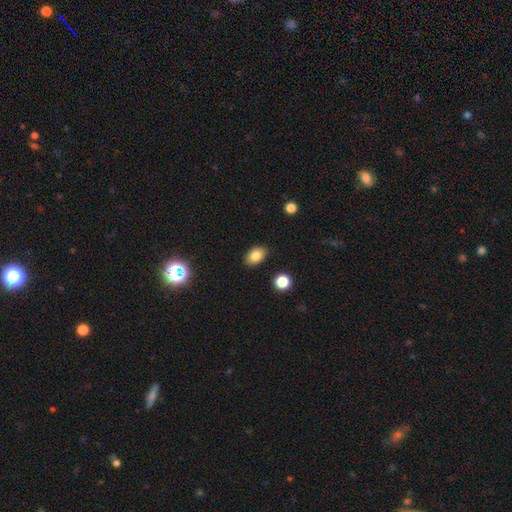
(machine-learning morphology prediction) A smooth galaxy with no disk features (82%) that is in between round and cigar-shaped (86%).

Vote fractions:
- Smooth or featured? smooth: 82% / star or artifact: 10% / featured or disk: 8%
- How rounded? in between: 86% / round: 12% / cigar-shaped: 1%
- Merging? none: 87% / minor disturbance: 9% / major disturbance: 2% / merger: 2%